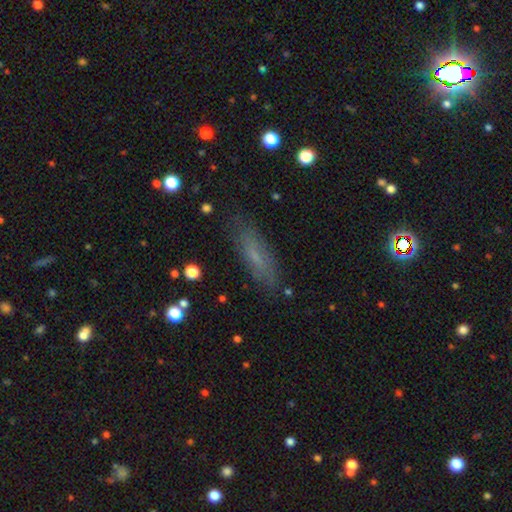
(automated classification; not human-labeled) Smooth or featured? smooth (58%)
How rounded? cigar-shaped (58%)
Merging? none (82%)